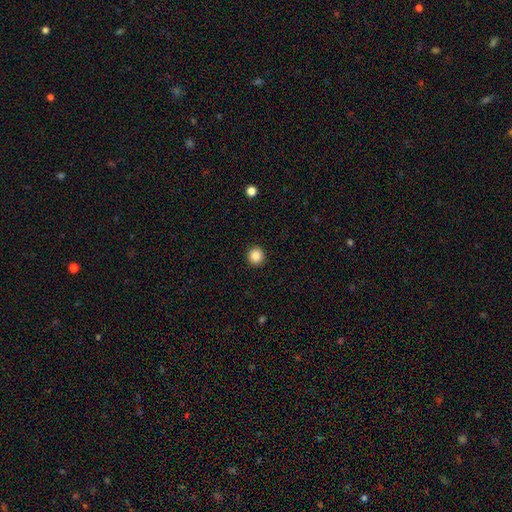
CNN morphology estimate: Smooth or featured? smooth (87%)
How rounded? round (94%)
Merging? none (93%)